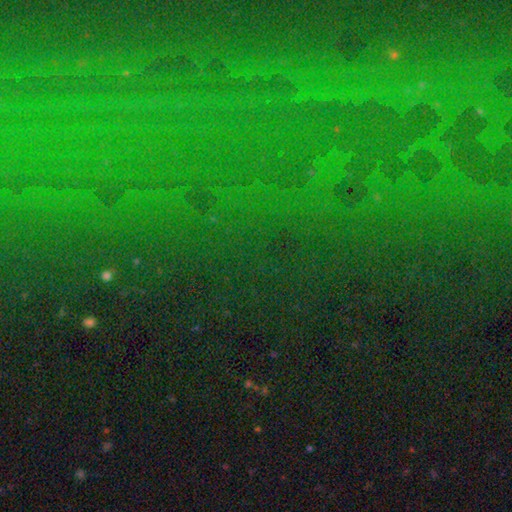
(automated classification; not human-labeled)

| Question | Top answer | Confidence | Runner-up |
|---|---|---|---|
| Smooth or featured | star or artifact | 80% | smooth (11%) |